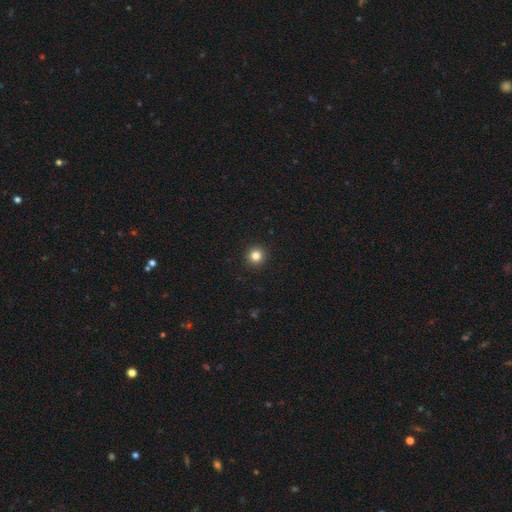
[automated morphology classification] This is clearly a smooth galaxy (82%). How rounded: clearly round (95%). Merging: clearly none (94%).